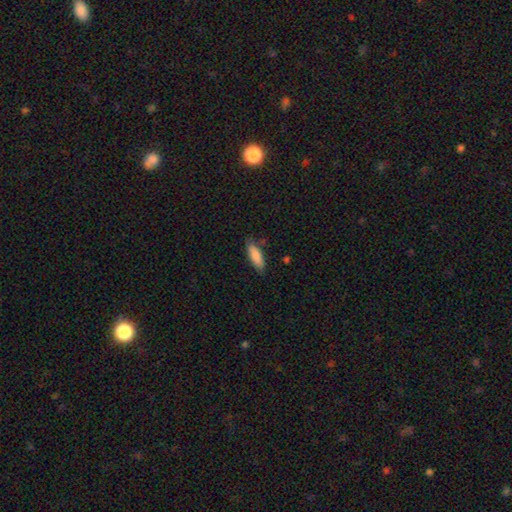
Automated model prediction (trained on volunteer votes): Smooth or featured?
  - smooth: 83% *
  - featured or disk: 10%
  - star or artifact: 6%
How rounded?
  - in between: 56% *
  - cigar-shaped: 42%
  - round: 2%
Merging?
  - none: 78% *
  - minor disturbance: 17%
  - major disturbance: 3%
  - merger: 3%